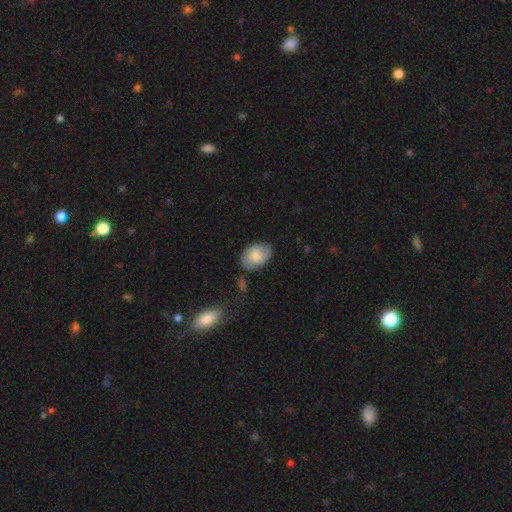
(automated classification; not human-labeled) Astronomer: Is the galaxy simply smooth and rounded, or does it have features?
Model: smooth — 79%.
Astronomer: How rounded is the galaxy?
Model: in between — 85%.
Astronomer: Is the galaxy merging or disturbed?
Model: none — 68%.